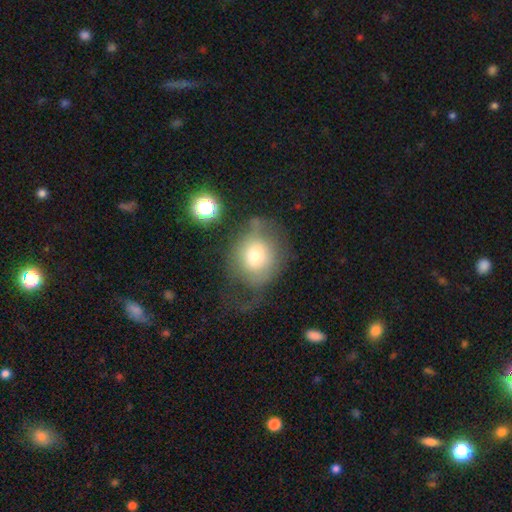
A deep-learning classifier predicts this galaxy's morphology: This appears to be a smooth galaxy with no disk features (65%) that is round (69%). Merging: none (37%).